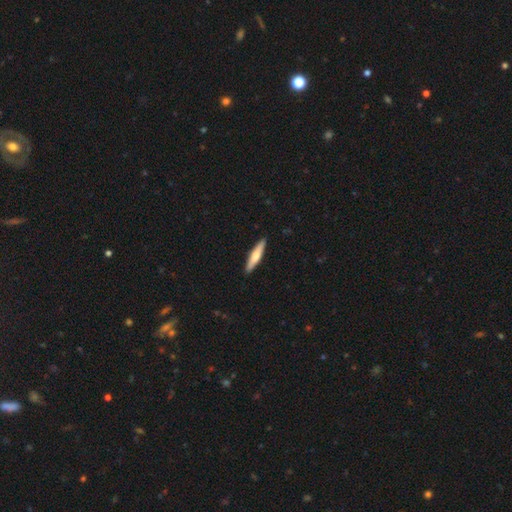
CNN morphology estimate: smooth_or_featured: smooth (p=0.53) [alt: featured or disk p=0.42]
how_rounded: cigar-shaped (p=0.85) [alt: in between p=0.14]
merging: none (p=0.91) [alt: minor disturbance p=0.07]